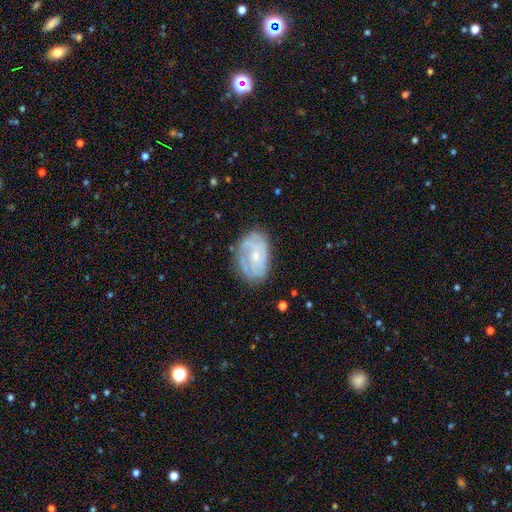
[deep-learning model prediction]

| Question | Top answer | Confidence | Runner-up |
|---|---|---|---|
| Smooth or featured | featured or disk | 66% | smooth (28%) |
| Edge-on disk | no | 96% | yes (4%) |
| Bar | no | 71% | weak (25%) |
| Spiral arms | yes | 74% | no (26%) |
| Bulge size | small | 62% | moderate (32%) |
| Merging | none | 69% | minor disturbance (22%) |